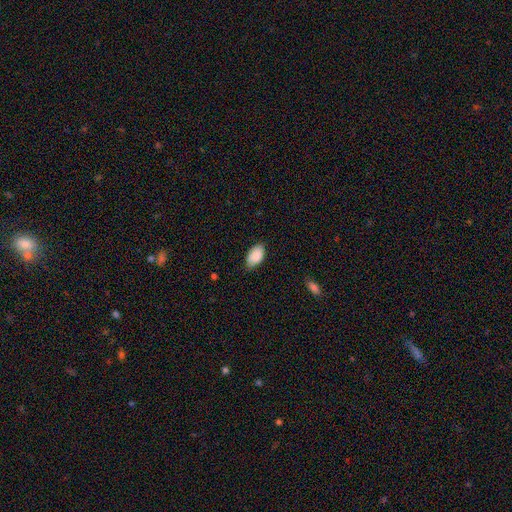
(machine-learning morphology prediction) smooth 89%, star or artifact 6%, featured or disk 5%. Down the decision tree: how rounded — in between (95%); merging — none (81%).